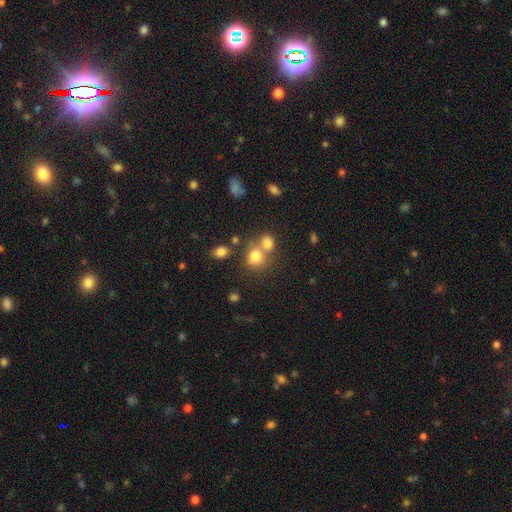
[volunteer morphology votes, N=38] Smooth or featured: smooth — 92% (star or artifact — 5%)
How rounded: round — 74% (in between — 26%)
Merging: merger — 47% (none — 42%)